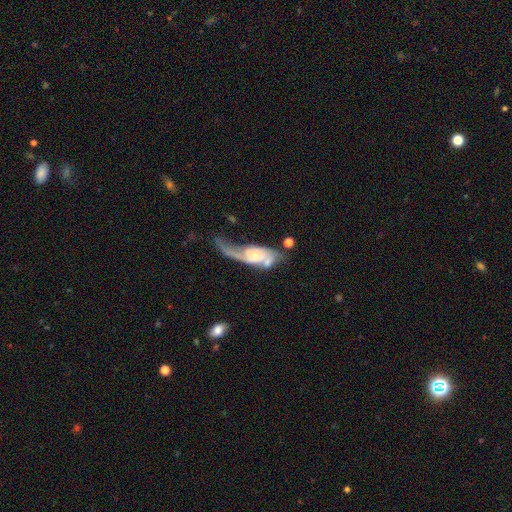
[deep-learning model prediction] The model was most divided on "merging": major disturbance: 41%, none: 24%, minor disturbance: 19%, merger: 16%. More confident: edge-on disk — no (91%); spiral arms — yes (87%); smooth or featured — featured or disk (74%); bar — no (63%); spiral arm count — 2 (54%); bulge size — small (53%); spiral winding — loose (51%).